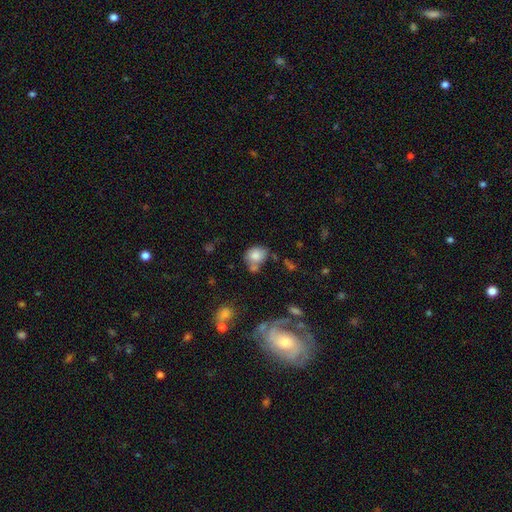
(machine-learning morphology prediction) Smooth or featured? smooth (81%)
How rounded? round (56%)
Merging? none (46%)